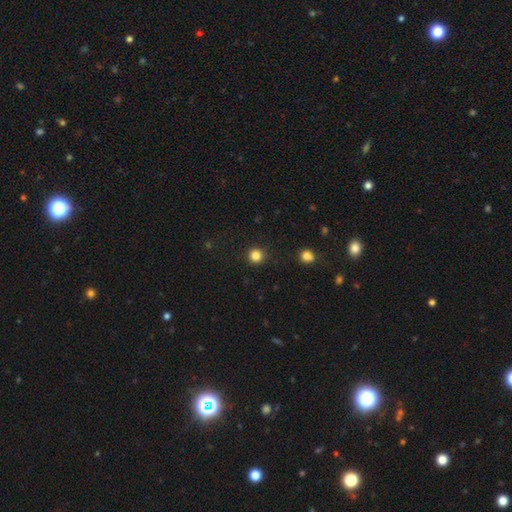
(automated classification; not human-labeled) smooth-or-featured: smooth: 83% | star or artifact: 13% | featured or disk: 4%
  how-rounded: round: 95% | in between: 4% | cigar-shaped: 1%
  merging: none: 91% | minor disturbance: 6% | major disturbance: 2% | merger: 1%